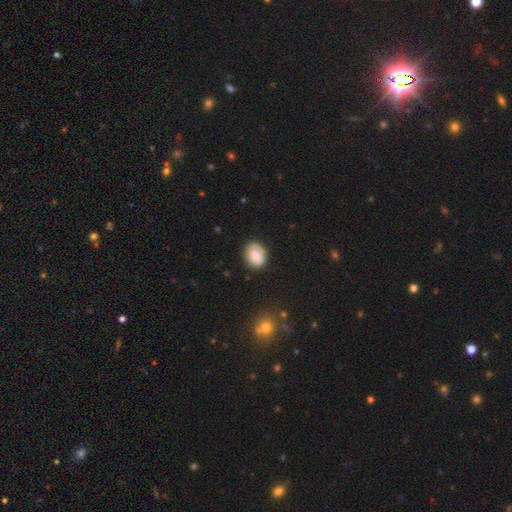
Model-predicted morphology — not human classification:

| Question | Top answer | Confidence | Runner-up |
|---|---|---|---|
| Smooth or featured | smooth | 79% | featured or disk (14%) |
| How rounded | in between | 63% | round (36%) |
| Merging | none | 72% | minor disturbance (20%) |